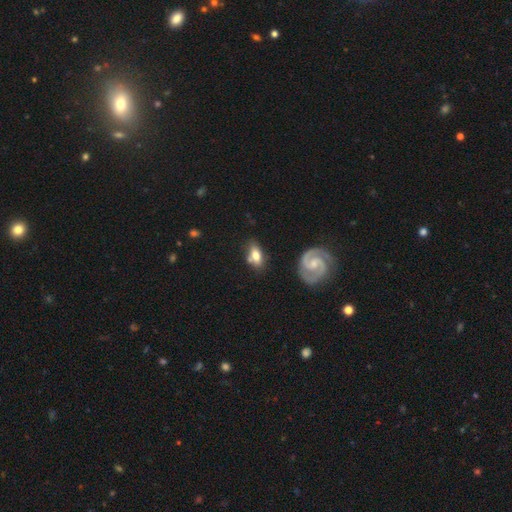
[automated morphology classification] Smooth or featured?
  - smooth: 56% *
  - featured or disk: 37%
  - star or artifact: 7%
How rounded?
  - in between: 81% *
  - cigar-shaped: 10%
  - round: 9%
Merging?
  - none: 66% *
  - minor disturbance: 18%
  - merger: 10%
  - major disturbance: 5%